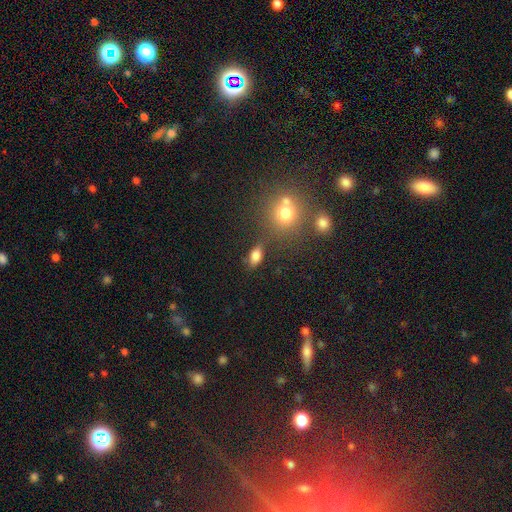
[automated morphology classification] type=smooth (79%); roundness=in between (83%); merging=none (72%).